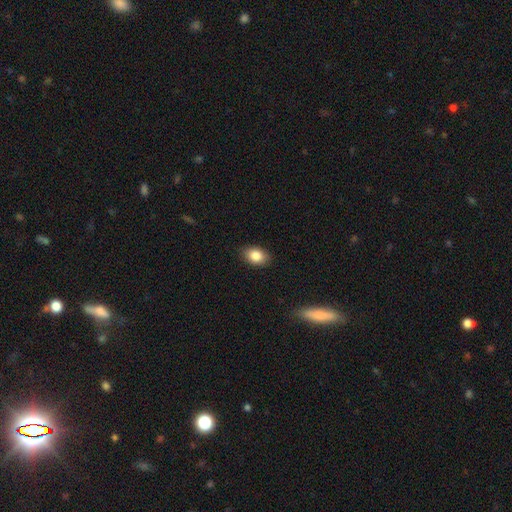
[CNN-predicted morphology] Q: Smooth or featured?
A: smooth (85%); runner-up: star or artifact (8%)
Q: How rounded?
A: in between (84%); runner-up: round (15%)
Q: Merging?
A: none (88%); runner-up: minor disturbance (9%)